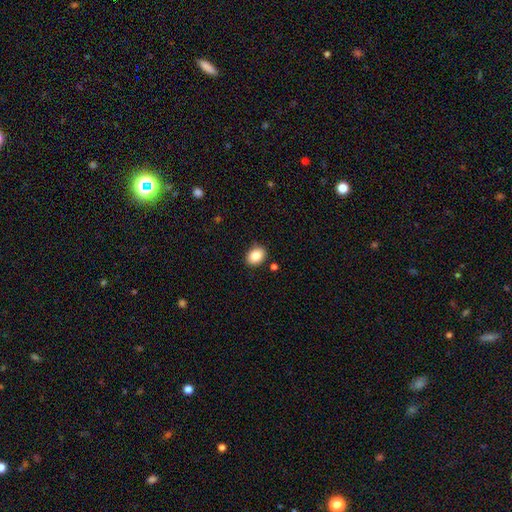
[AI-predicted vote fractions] Smooth or featured?
  - smooth: 84% *
  - star or artifact: 9%
  - featured or disk: 7%
How rounded?
  - in between: 61% *
  - round: 38%
  - cigar-shaped: 1%
Merging?
  - none: 87% *
  - minor disturbance: 9%
  - merger: 2%
  - major disturbance: 2%